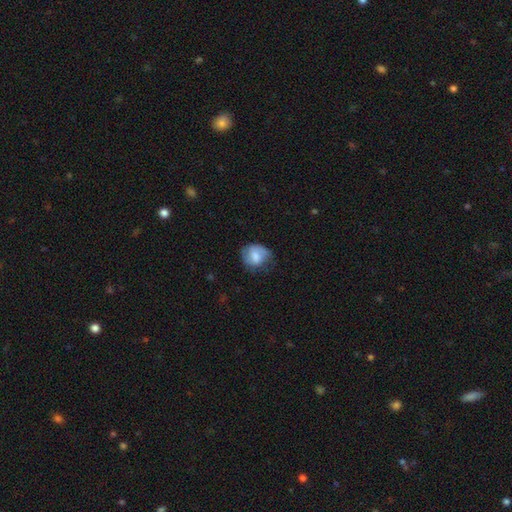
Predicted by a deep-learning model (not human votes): Smooth or featured: smooth — 67% (featured or disk — 25%)
How rounded: round — 62% (in between — 37%)
Merging: none — 53% (minor disturbance — 32%)